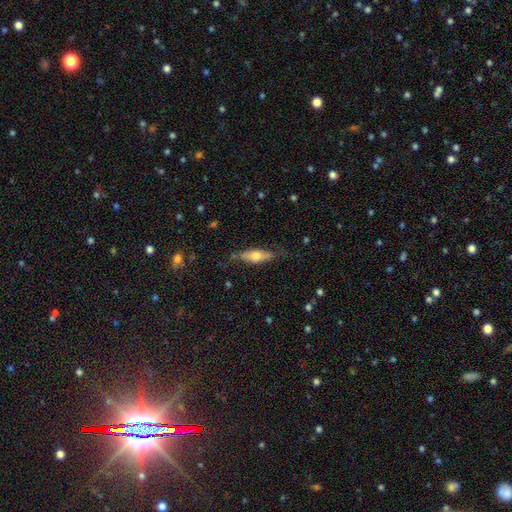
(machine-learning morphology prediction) This is possibly a smooth galaxy (56%). How rounded: possibly in between (55%). Merging: likely none (71%).